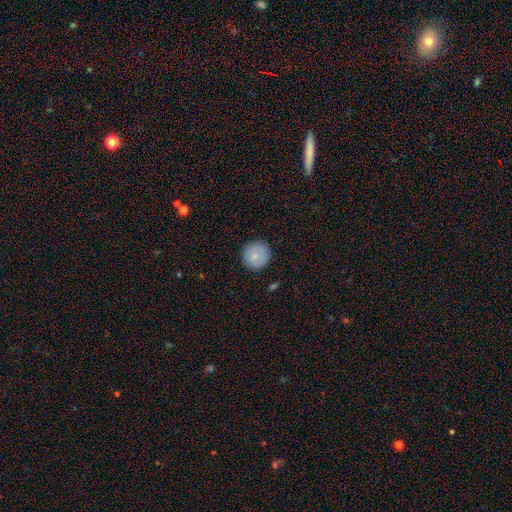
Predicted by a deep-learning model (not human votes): Smooth or featured? Predicted: smooth (p=0.78). How rounded? Predicted: round (p=0.94). Merging? Predicted: none (p=0.86).